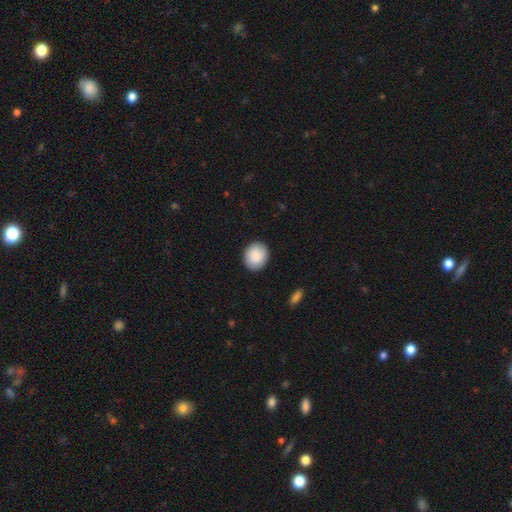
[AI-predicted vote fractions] The model was most divided on "how rounded": round: 66%, in between: 33%, cigar-shaped: 1%. More confident: merging — none (89%); smooth or featured — smooth (88%).